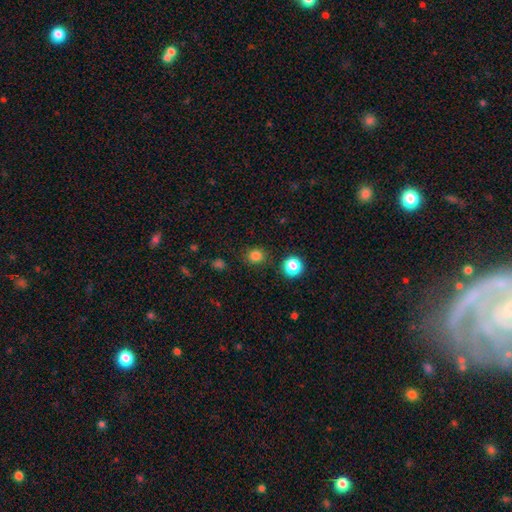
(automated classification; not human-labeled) This appears to be a smooth galaxy with no disk features (81%) that is round (87%). Merging: none (87%).